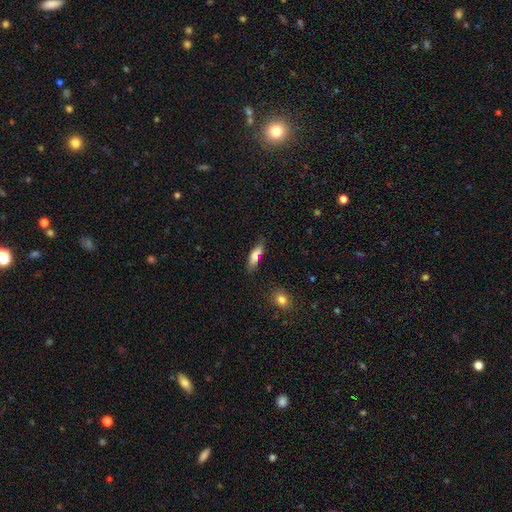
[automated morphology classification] Smooth or featured?
  - smooth: 75% *
  - featured or disk: 17%
  - star or artifact: 8%
How rounded?
  - in between: 50% *
  - cigar-shaped: 48%
  - round: 3%
Merging?
  - none: 75% *
  - minor disturbance: 16%
  - merger: 5%
  - major disturbance: 4%